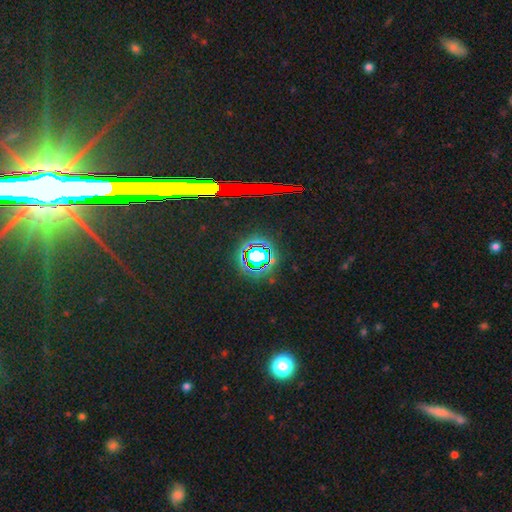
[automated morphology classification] A star or artifact, not a galaxy (68%).

Vote fractions:
- Smooth or featured? star or artifact: 68% / smooth: 20% / featured or disk: 12%